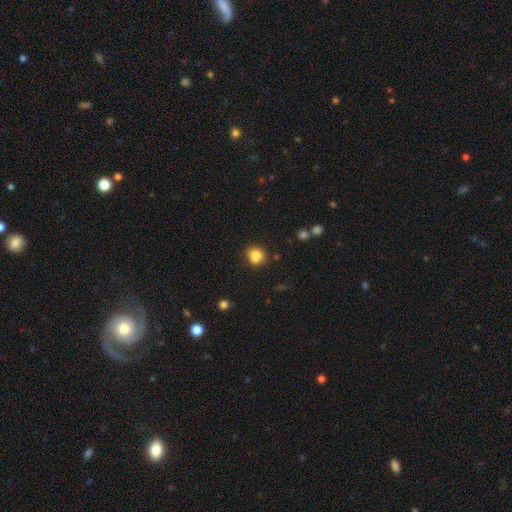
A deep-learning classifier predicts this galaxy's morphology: Smooth or featured?
  - smooth: 84% *
  - star or artifact: 11%
  - featured or disk: 6%
How rounded?
  - round: 81% *
  - in between: 18%
  - cigar-shaped: 1%
Merging?
  - none: 72% *
  - minor disturbance: 15%
  - merger: 9%
  - major disturbance: 4%